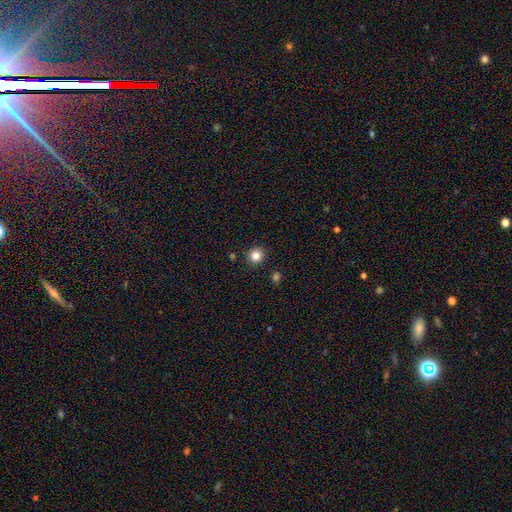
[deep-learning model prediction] Overall: smooth (83%). How rounded: round (89%). Merging: none (90%).